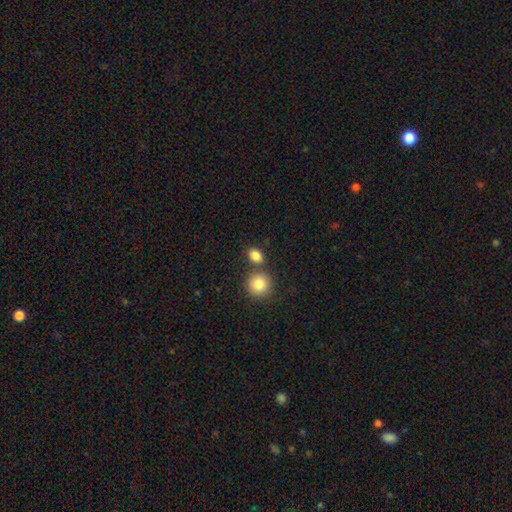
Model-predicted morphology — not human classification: Smooth or featured? Predicted: smooth (p=0.85). How rounded? Predicted: in between (p=0.59). Merging? Predicted: none (p=0.67).